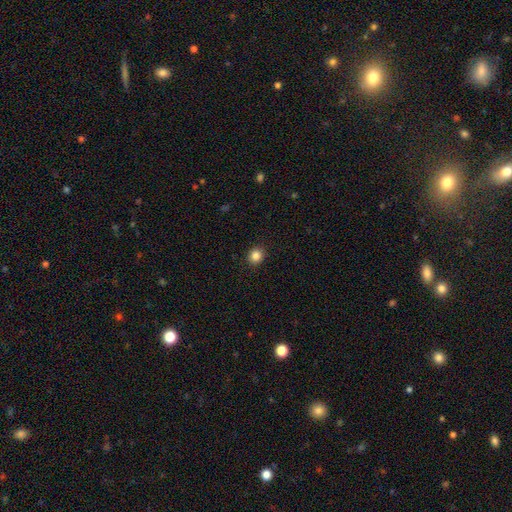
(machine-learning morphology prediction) This appears to be a smooth galaxy with no disk features (85%) that is round (84%). Merging: none (91%).